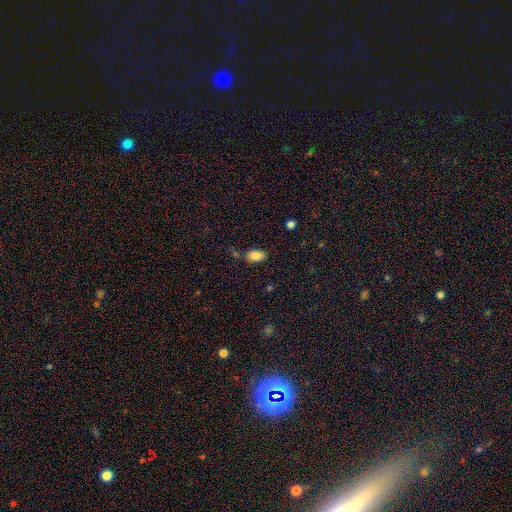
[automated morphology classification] smooth-or-featured: smooth: 84% | featured or disk: 8% | star or artifact: 8%
  how-rounded: in between: 92% | round: 6% | cigar-shaped: 2%
  merging: none: 74% | minor disturbance: 16% | merger: 6% | major disturbance: 4%